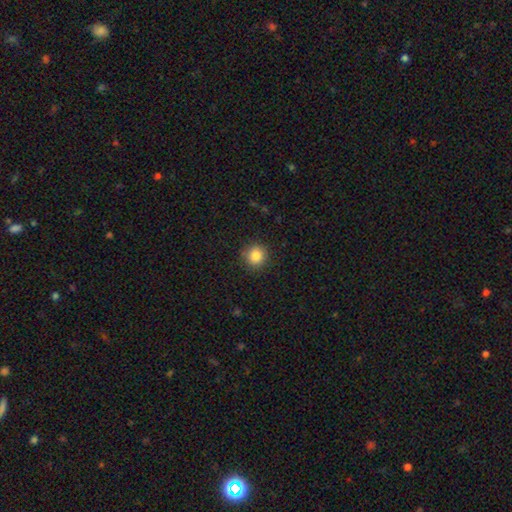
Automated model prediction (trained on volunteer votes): Smooth or featured? smooth (85%)
How rounded? round (91%)
Merging? none (89%)